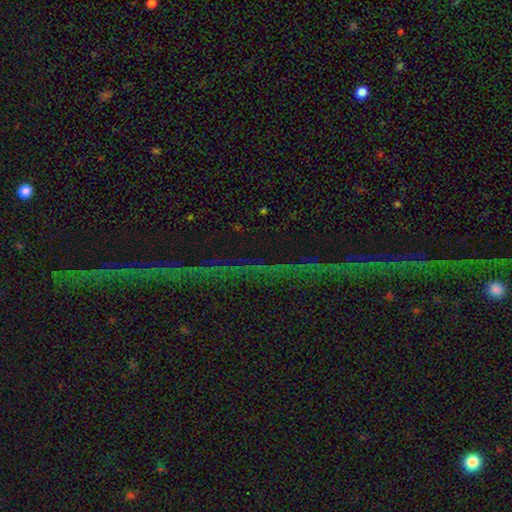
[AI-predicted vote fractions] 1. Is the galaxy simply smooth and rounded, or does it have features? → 72% star or artifact, 17% featured or disk, 11% smooth.